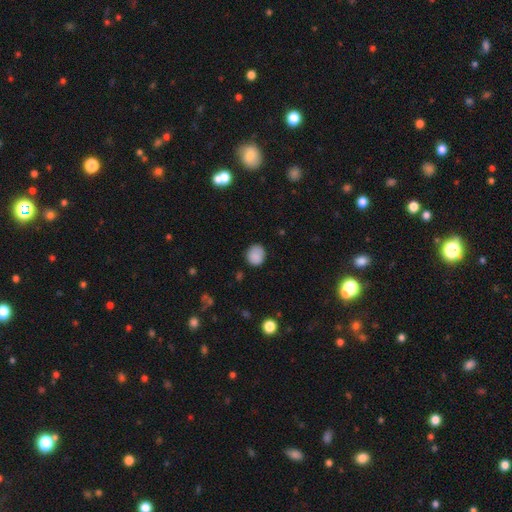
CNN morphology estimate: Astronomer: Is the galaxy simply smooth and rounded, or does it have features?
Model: smooth — 86%.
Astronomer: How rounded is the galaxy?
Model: round — 79%.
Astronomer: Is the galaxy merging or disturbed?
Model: none — 80%.